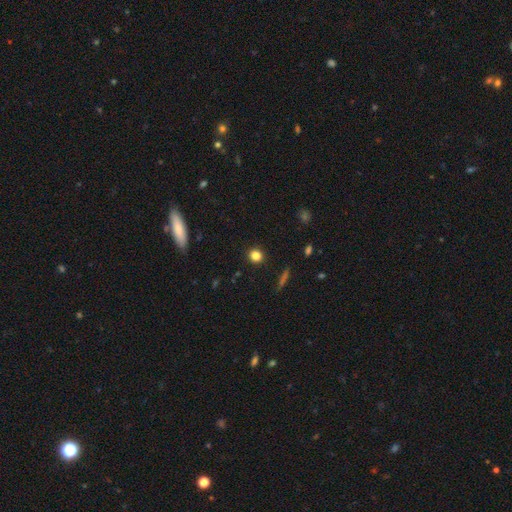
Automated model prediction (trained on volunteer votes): Smooth or featured?
  - smooth: 82% *
  - star or artifact: 12%
  - featured or disk: 6%
How rounded?
  - round: 87% *
  - in between: 11%
  - cigar-shaped: 2%
Merging?
  - none: 92% *
  - minor disturbance: 5%
  - major disturbance: 2%
  - merger: 1%